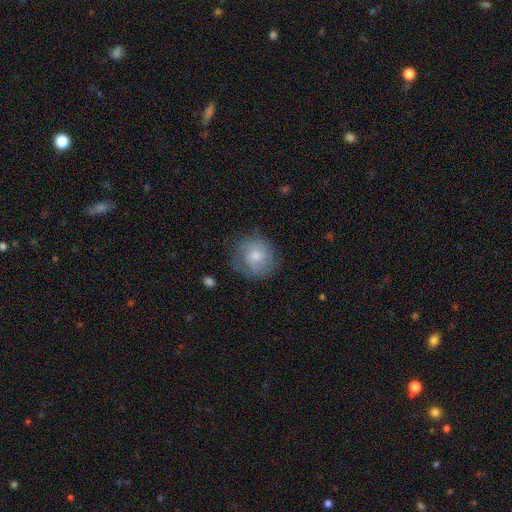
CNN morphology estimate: Smooth or featured: smooth — 69% (featured or disk — 24%)
How rounded: round — 86% (in between — 14%)
Merging: none — 70% (minor disturbance — 21%)